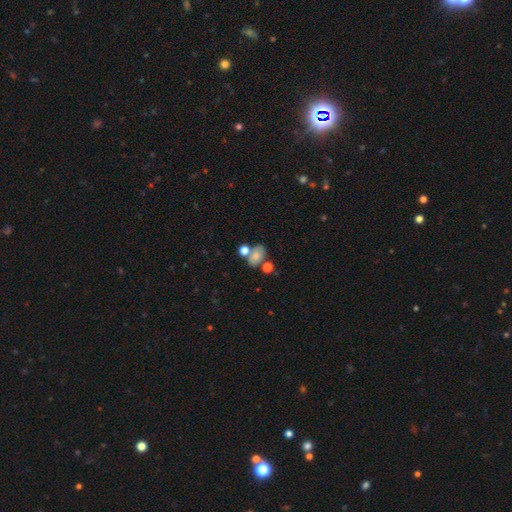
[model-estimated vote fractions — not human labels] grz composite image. It shows a smooth galaxy with no disk features (71%) that is in between round and cigar-shaped (69%). Merging: none (43%).